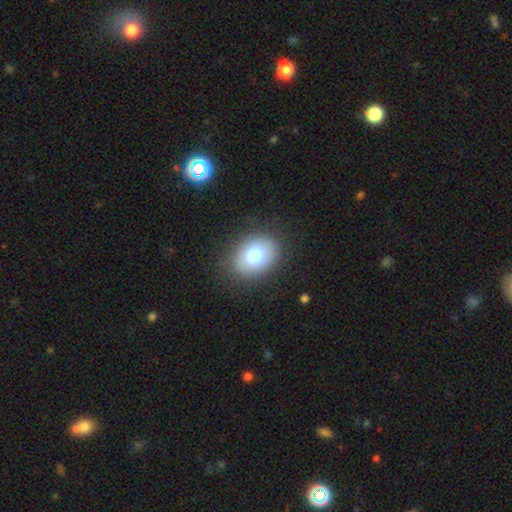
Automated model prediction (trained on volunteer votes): Morphology: type=smooth (76%); roundness=in between (62%); merging=none (85%).